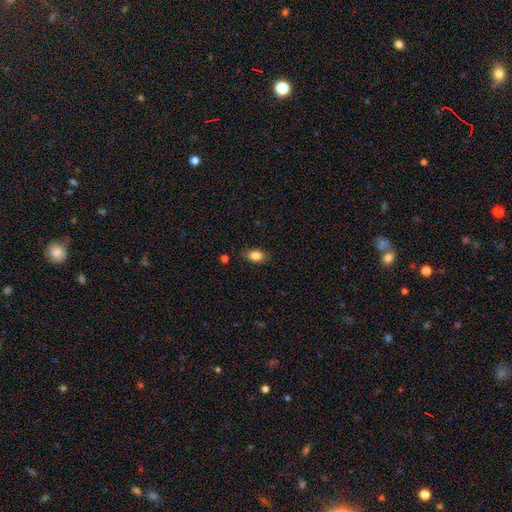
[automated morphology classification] Smooth or featured? Predicted: smooth (p=0.85). How rounded? Predicted: in between (p=0.84). Merging? Predicted: none (p=0.84).